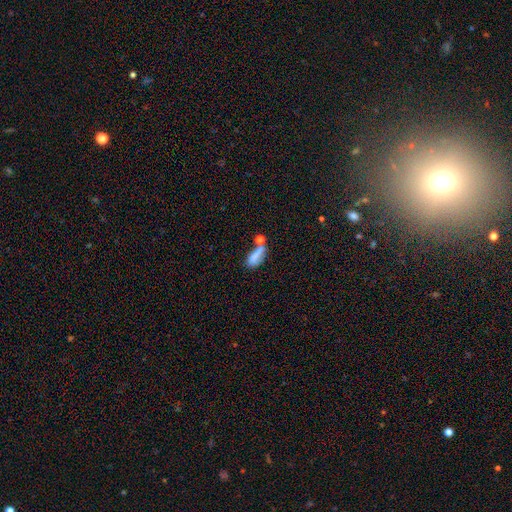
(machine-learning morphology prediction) A smooth galaxy with no disk features (72%) that is in between round and cigar-shaped (61%).

Vote fractions:
- Smooth or featured? smooth: 72% / featured or disk: 17% / star or artifact: 11%
- How rounded? in between: 61% / cigar-shaped: 33% / round: 6%
- Merging? none: 36% / merger: 31% / minor disturbance: 19% / major disturbance: 14%